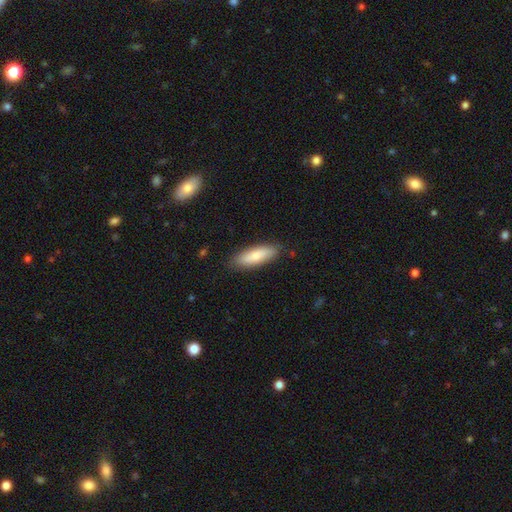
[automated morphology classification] Smooth or featured? Predicted: smooth (p=0.80). How rounded? Predicted: in between (p=0.55). Merging? Predicted: none (p=0.85).